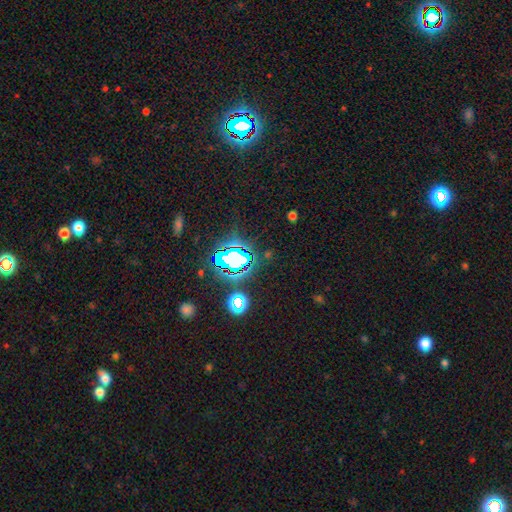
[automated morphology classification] star or artifact 82%, smooth 10%, featured or disk 7%.